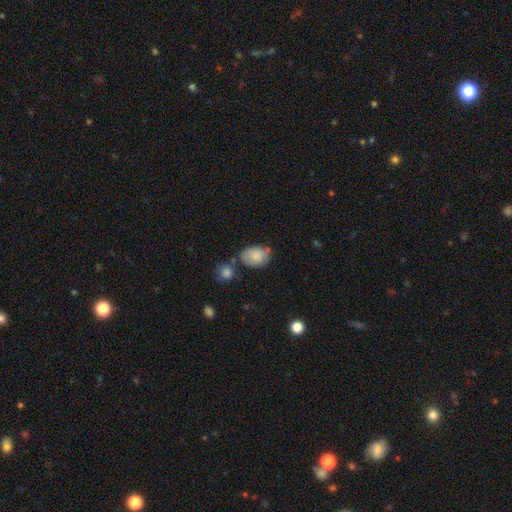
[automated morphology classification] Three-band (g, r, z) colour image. It shows a smooth galaxy with no disk features (81%) that is in between round and cigar-shaped (82%). Merging: none (55%).